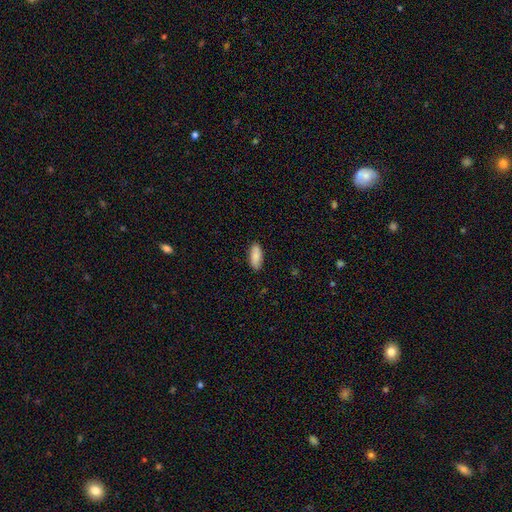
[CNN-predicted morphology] smooth-or-featured: smooth: 89% | star or artifact: 6% | featured or disk: 5%
  how-rounded: in between: 80% | cigar-shaped: 19% | round: 2%
  merging: none: 88% | minor disturbance: 9% | major disturbance: 2% | merger: 1%